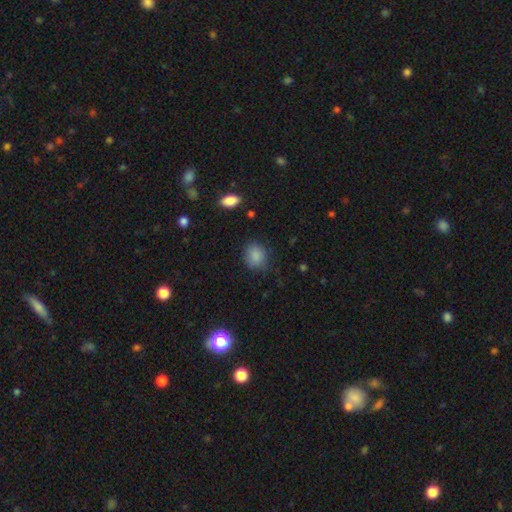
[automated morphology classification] Q: Smooth or featured?
A: smooth (86%); runner-up: star or artifact (9%)
Q: How rounded?
A: round (62%); runner-up: in between (37%)
Q: Merging?
A: none (78%); runner-up: minor disturbance (16%)